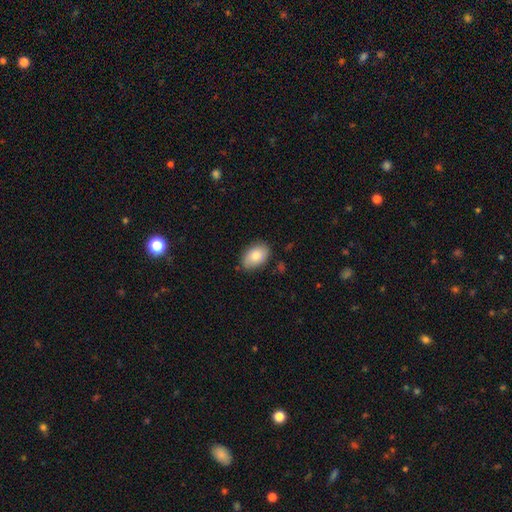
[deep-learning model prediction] The model was most divided on "merging": none: 80%, minor disturbance: 15%, major disturbance: 3%, merger: 2%. More confident: how rounded — in between (89%); smooth or featured — smooth (82%).